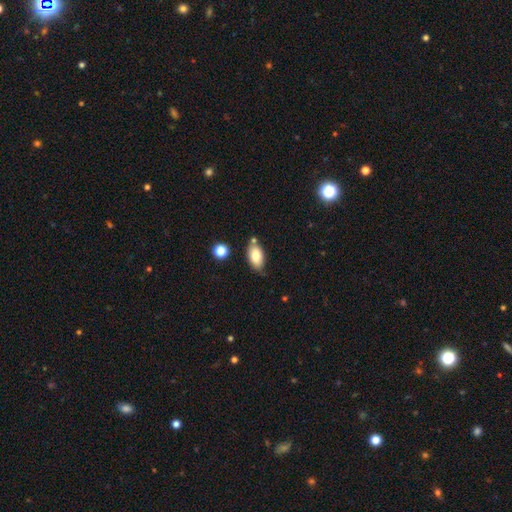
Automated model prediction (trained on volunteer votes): Smooth or featured: smooth — 79% (featured or disk — 14%)
How rounded: in between — 92% (round — 5%)
Merging: none — 71% (minor disturbance — 17%)